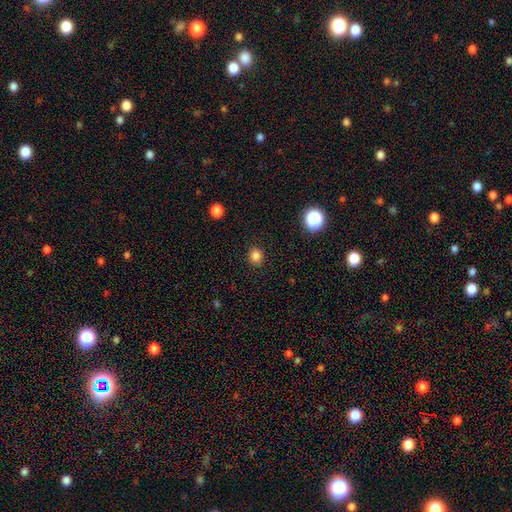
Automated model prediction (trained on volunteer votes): This appears to be a smooth galaxy with no disk features (82%) that is round (74%). Merging: none (90%).